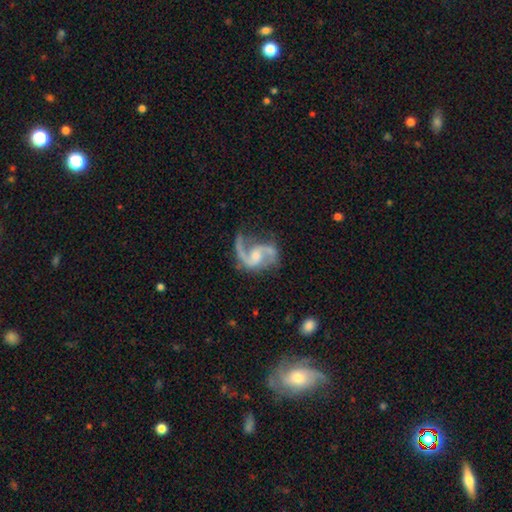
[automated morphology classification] Smooth or featured: featured or disk — 92% (star or artifact — 4%)
Edge-on disk: no — 98% (yes — 2%)
Bar: weak — 46% (no — 44%)
Spiral arms: yes — 98% (no — 2%)
Spiral winding: medium — 49% (loose — 43%)
Spiral arm count: 2 — 91% (1 — 4%)
Bulge size: moderate — 39% (small — 37%)
Merging: none — 63% (minor disturbance — 20%)